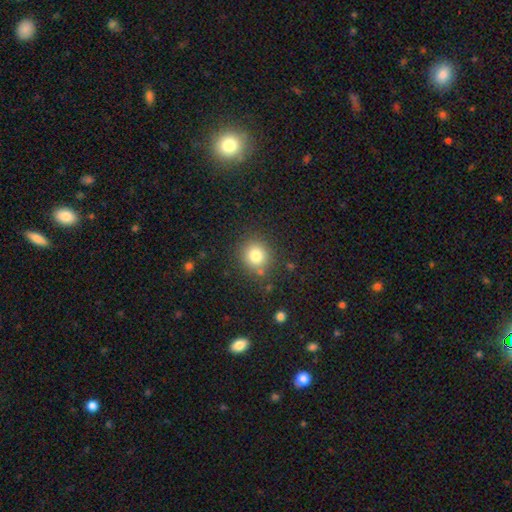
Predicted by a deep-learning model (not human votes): smooth-or-featured: smooth: 80% | star or artifact: 12% | featured or disk: 7%
  how-rounded: round: 86% | in between: 13% | cigar-shaped: 1%
  merging: none: 83% | minor disturbance: 10% | major disturbance: 4% | merger: 3%